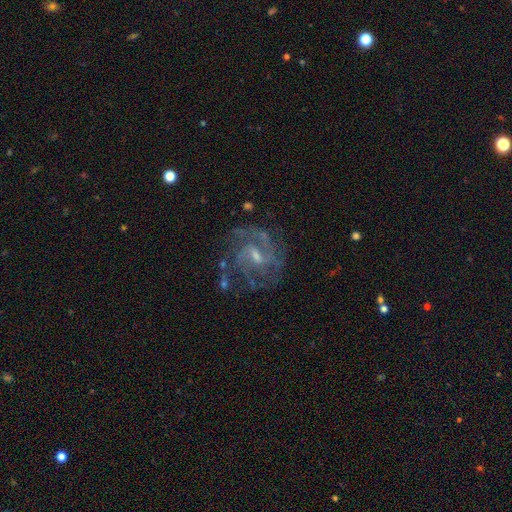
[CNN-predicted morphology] featured or disk 86%, star or artifact 7%, smooth 7%. Down the decision tree: edge-on disk — no (98%); bar — weak (60%); spiral arms — yes (94%); spiral arm count — 2 (34%); spiral winding — medium (49%); bulge size — small (50%); merging — none (67%).